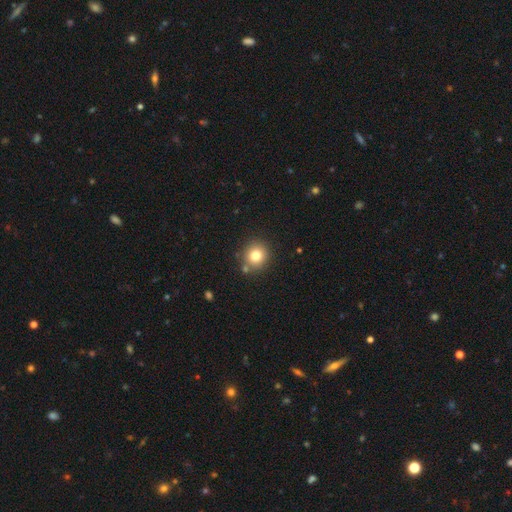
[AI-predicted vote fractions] Smooth or featured? Predicted: smooth (p=0.78). How rounded? Predicted: round (p=0.88). Merging? Predicted: none (p=0.81).